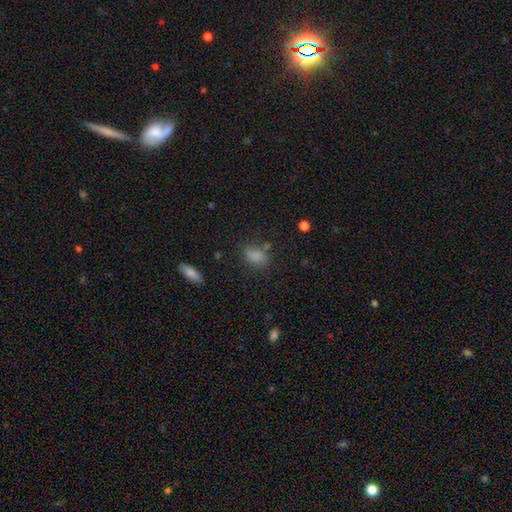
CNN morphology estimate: Smooth or featured?
  - smooth: 82% *
  - star or artifact: 12%
  - featured or disk: 7%
How rounded?
  - in between: 84% *
  - round: 13%
  - cigar-shaped: 3%
Merging?
  - none: 65% *
  - minor disturbance: 20%
  - major disturbance: 8%
  - merger: 7%